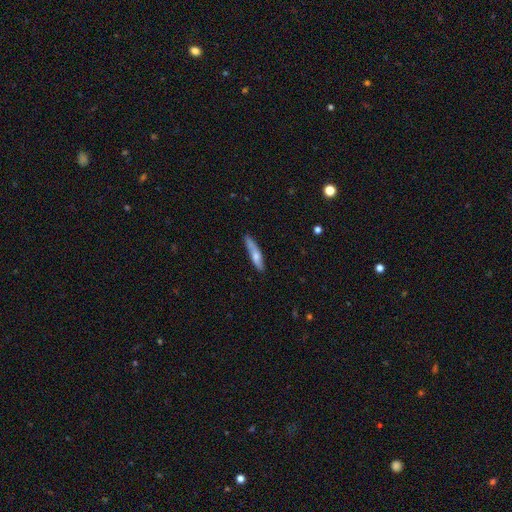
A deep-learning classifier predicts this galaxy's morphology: smooth 65%, featured or disk 30%, star or artifact 6%. Down the decision tree: how rounded — cigar-shaped (84%); merging — none (73%).